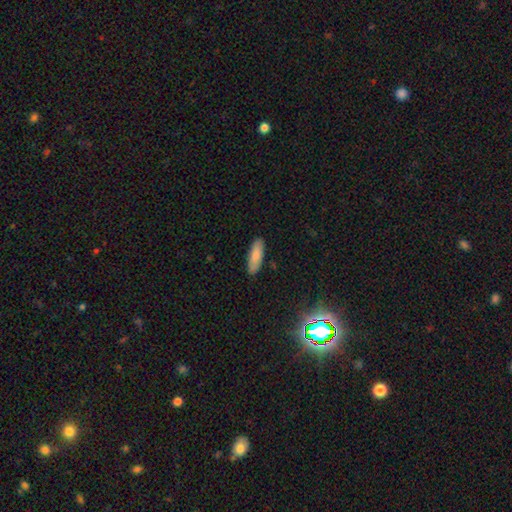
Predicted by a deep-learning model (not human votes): smooth 83%, featured or disk 11%, star or artifact 6%. Down the decision tree: how rounded — in between (58%); merging — none (88%).